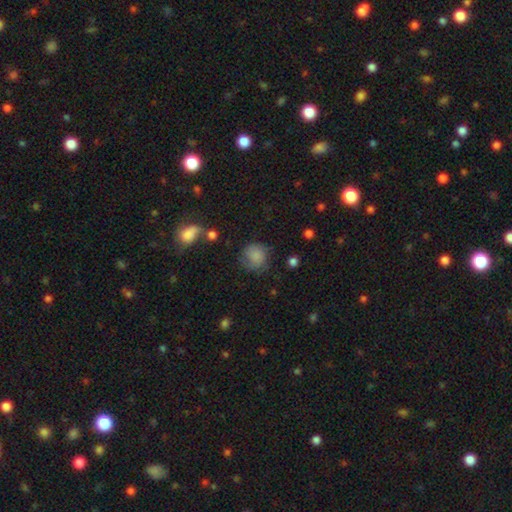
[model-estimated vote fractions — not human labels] Smooth or featured? smooth (76%)
How rounded? round (84%)
Merging? none (59%)